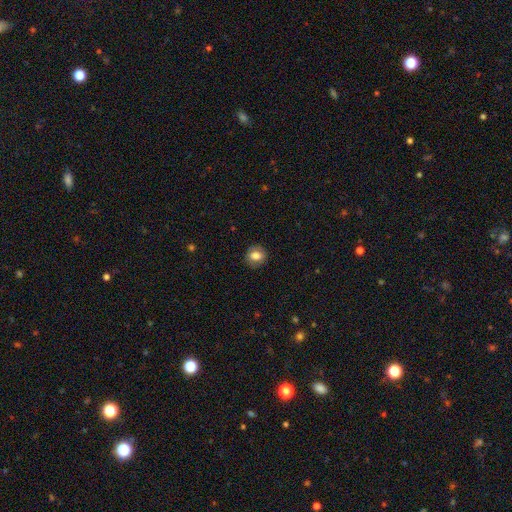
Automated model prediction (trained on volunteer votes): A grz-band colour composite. It shows a smooth galaxy with no disk features (78%) that is round (73%). Merging: none (86%).